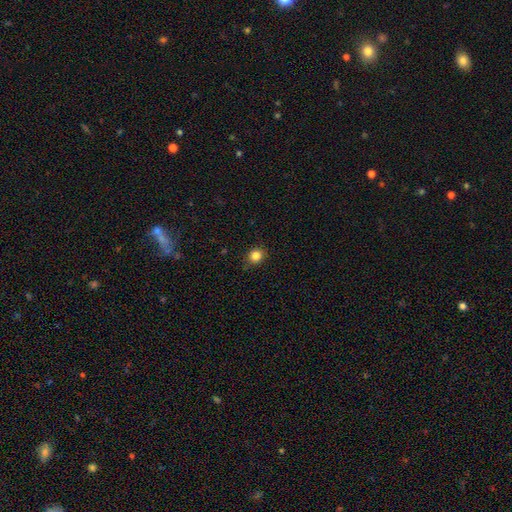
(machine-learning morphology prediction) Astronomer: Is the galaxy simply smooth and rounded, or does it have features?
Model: smooth — 84%.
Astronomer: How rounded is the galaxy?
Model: round — 81%.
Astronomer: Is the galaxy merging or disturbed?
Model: none — 86%.